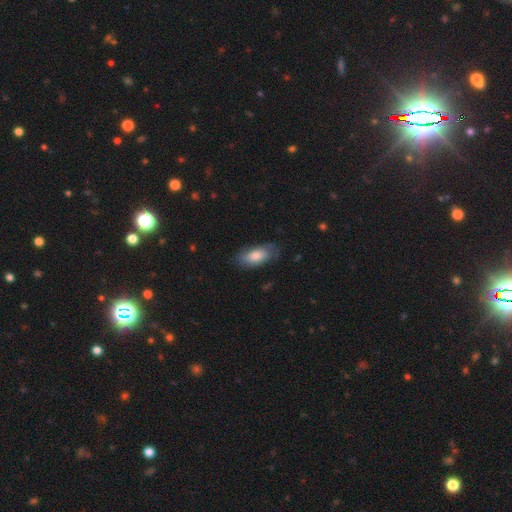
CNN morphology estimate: This appears to be a smooth galaxy with no disk features (71%) that is in between round and cigar-shaped (87%). Merging: none (68%).